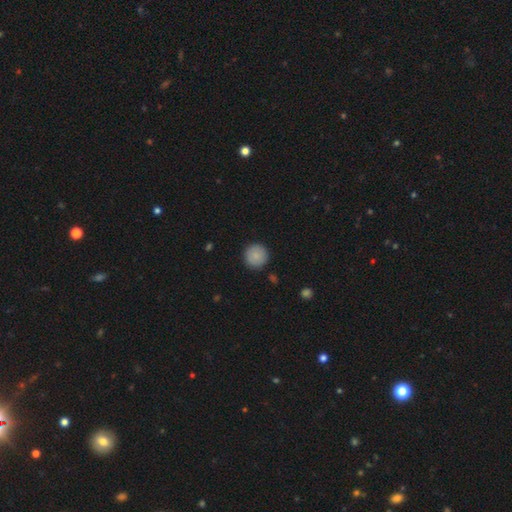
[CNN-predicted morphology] type=smooth (86%); roundness=round (95%); merging=none (90%).